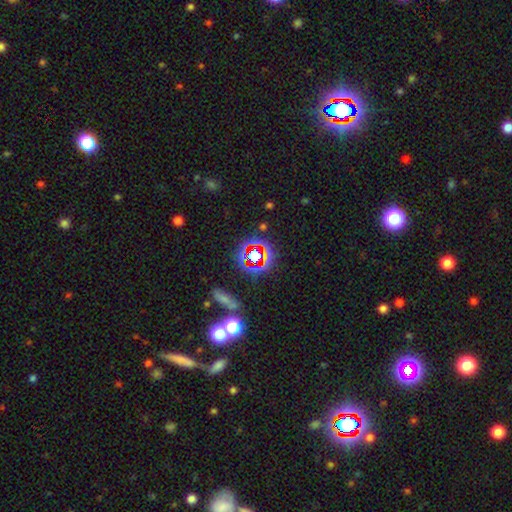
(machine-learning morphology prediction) Smooth or featured? Predicted: star or artifact (p=0.65).